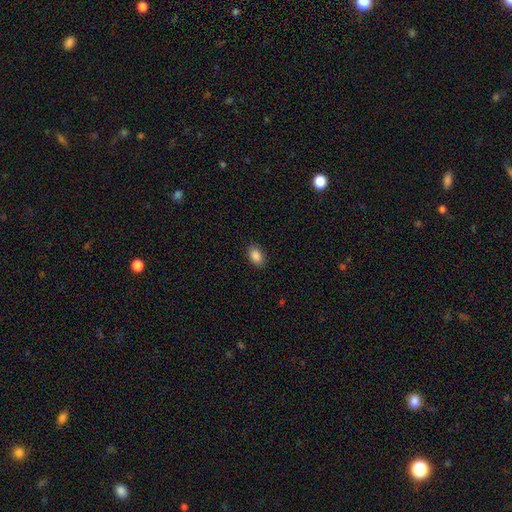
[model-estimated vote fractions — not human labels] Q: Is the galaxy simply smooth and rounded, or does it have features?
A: smooth — 88%.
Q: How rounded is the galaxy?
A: in between — 87%.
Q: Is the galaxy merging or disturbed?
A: none — 87%.